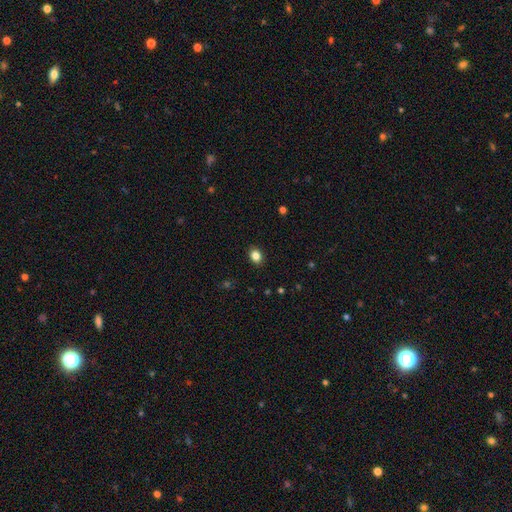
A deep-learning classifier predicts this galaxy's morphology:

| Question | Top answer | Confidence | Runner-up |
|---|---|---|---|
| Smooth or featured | smooth | 84% | star or artifact (10%) |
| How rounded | in between | 54% | round (45%) |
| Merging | none | 90% | minor disturbance (7%) |